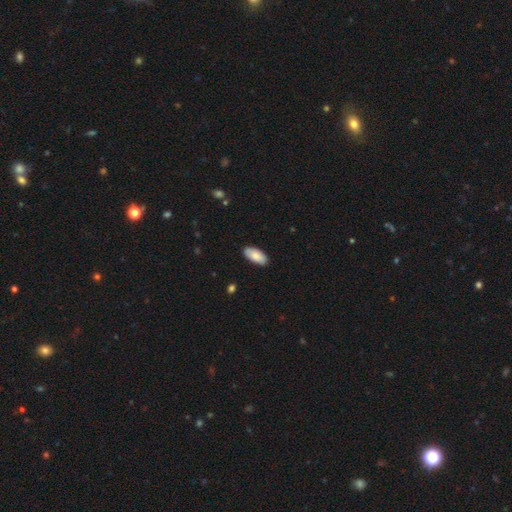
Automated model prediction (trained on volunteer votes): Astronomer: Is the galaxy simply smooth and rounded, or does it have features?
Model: smooth — 85%.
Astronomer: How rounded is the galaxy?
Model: in between — 93%.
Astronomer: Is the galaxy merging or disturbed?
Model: none — 88%.